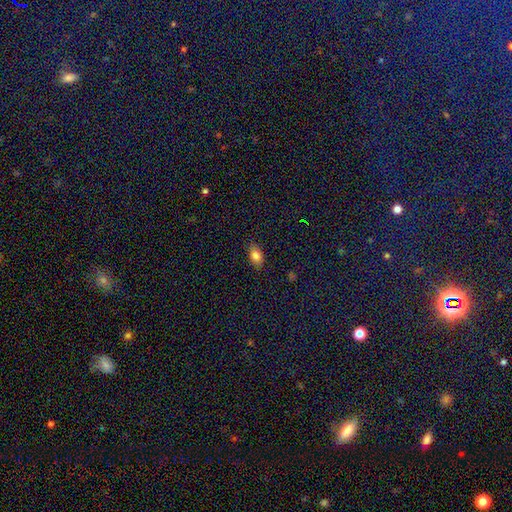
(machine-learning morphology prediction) Q: Smooth or featured?
A: smooth (81%); runner-up: star or artifact (10%)
Q: How rounded?
A: in between (86%); runner-up: round (12%)
Q: Merging?
A: none (86%); runner-up: minor disturbance (11%)